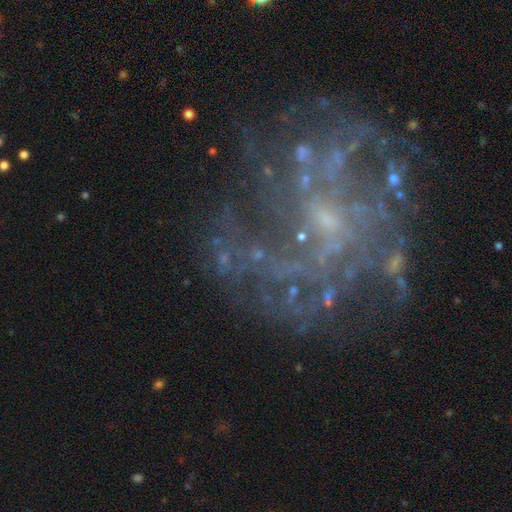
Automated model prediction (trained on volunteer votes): A featured or disk galaxy (76%) with no bar (54%), medium (39%) spiral arms (84%) and a small central bulge (62%).

Vote fractions:
- Smooth or featured? featured or disk: 76% / star or artifact: 16% / smooth: 8%
- Edge-on disk? no: 97% / yes: 3%
- Bar? no: 54% / weak: 36% / strong: 10%
- Spiral arms? yes: 84% / no: 16%
- Spiral winding? medium: 39% / tight: 37% / loose: 23%
- Spiral arm count? can't tell: 39% / 4: 14% / 3: 14% / 2: 13% / more than 4: 12% / 1: 8%
- Bulge size? small: 62% / none: 22% / moderate: 13% / large: 2% / dominant: 1%
- Merging? none: 58% / major disturbance: 21% / minor disturbance: 17% / merger: 4%